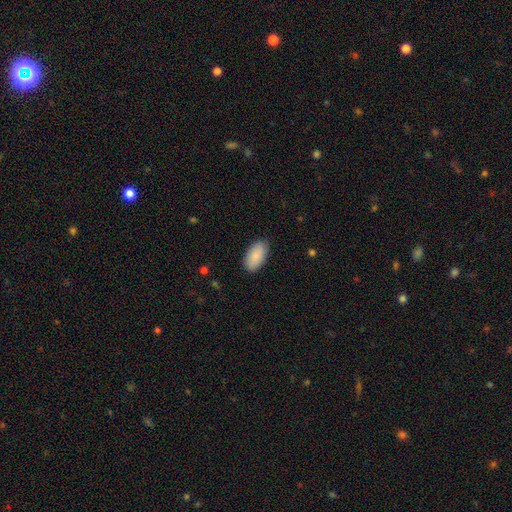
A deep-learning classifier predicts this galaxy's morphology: This is clearly a smooth galaxy (88%). How rounded: clearly in between (95%). Merging: clearly none (86%).